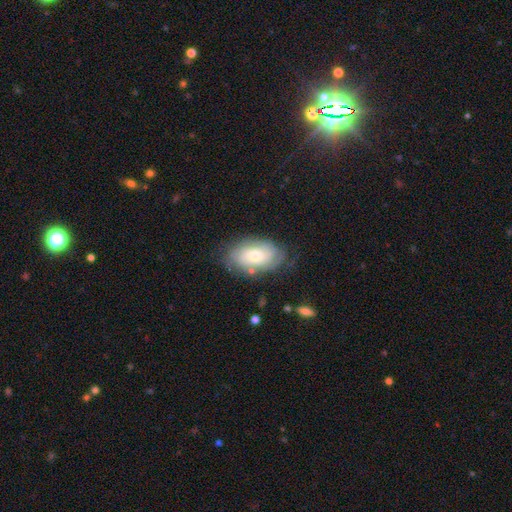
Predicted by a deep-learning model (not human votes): This is possibly a featured or disk galaxy (55%). It is clearly not viewed edge-on (94%). Bar: likely no (76%). Spiral arm pattern: clearly yes (80%). Central bulge: possibly moderate (48%). Merging: likely none (69%).